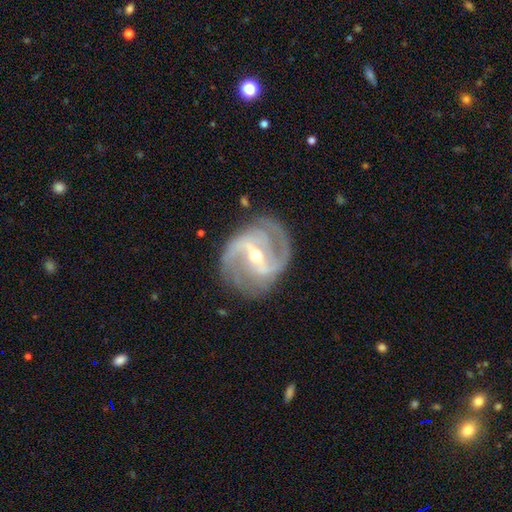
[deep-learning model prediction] A featured or disk galaxy (90%) with a strong bar (55%), 2 (64%) medium (50%) spiral arms (97%) and a moderate central bulge (53%).

Vote fractions:
- Smooth or featured? featured or disk: 90% / star or artifact: 5% / smooth: 4%
- Edge-on disk? no: 97% / yes: 3%
- Bar? strong: 55% / weak: 35% / no: 10%
- Spiral arms? yes: 97% / no: 3%
- Spiral winding? medium: 50% / tight: 29% / loose: 21%
- Spiral arm count? 2: 64% / 3: 17% / can't tell: 9% / 4: 4% / 1: 3% / more than 4: 3%
- Bulge size? moderate: 53% / small: 43% / large: 2% / none: 1% / dominant: 1%
- Merging? none: 77% / minor disturbance: 15% / major disturbance: 7% / merger: 1%